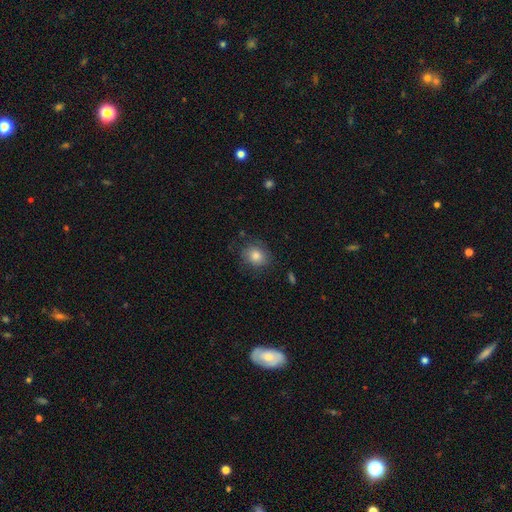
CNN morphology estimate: The model was most divided on "how rounded": round: 68%, in between: 31%, cigar-shaped: 1%. More confident: smooth or featured — smooth (78%); merging — none (74%).